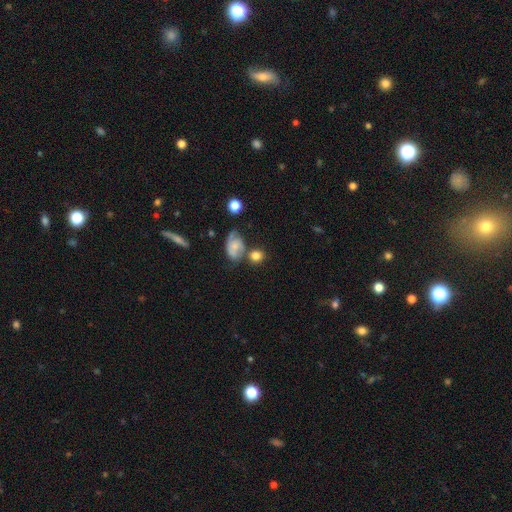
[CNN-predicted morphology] Q: Smooth or featured?
A: smooth (72%); runner-up: featured or disk (18%)
Q: How rounded?
A: round (73%); runner-up: in between (25%)
Q: Merging?
A: none (58%); runner-up: merger (20%)